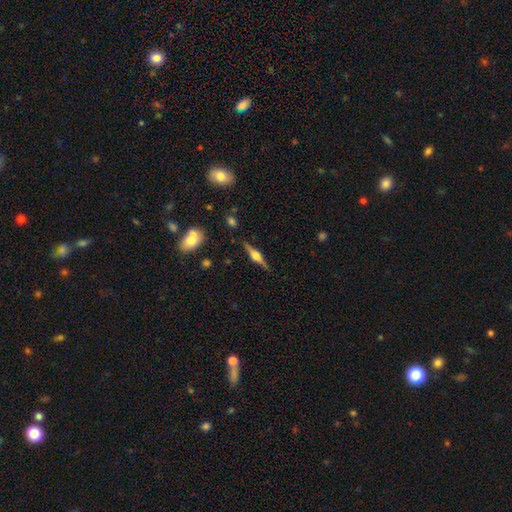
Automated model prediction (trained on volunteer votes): This is likely a featured or disk galaxy (78%). It is clearly viewed edge-on (98%). Edge-on bulge: clearly rounded (91%). Merging: clearly none (87%).